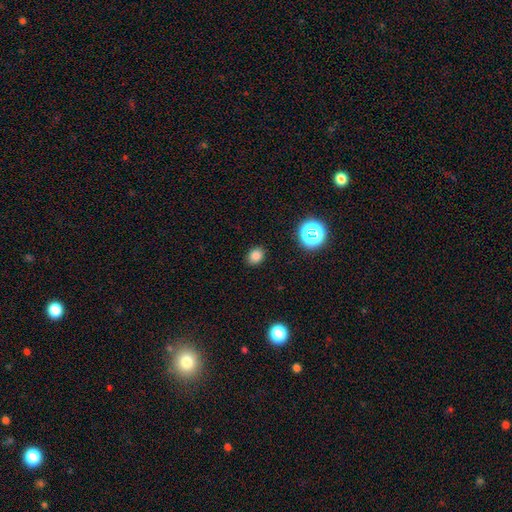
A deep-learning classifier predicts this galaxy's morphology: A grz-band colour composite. It shows a smooth galaxy with no disk features (80%) that is round (56%). Merging: none (88%).